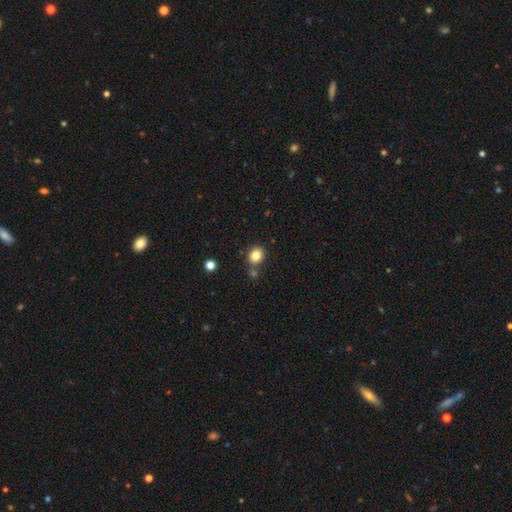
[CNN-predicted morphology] smooth 83%, star or artifact 11%, featured or disk 7%. Down the decision tree: how rounded — round (63%); merging — none (76%).